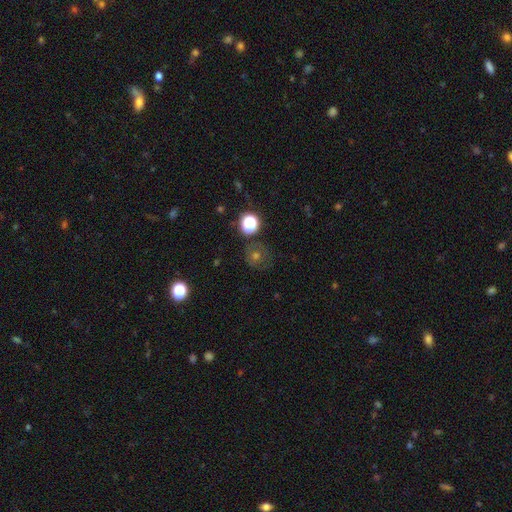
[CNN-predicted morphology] Smooth or featured? Predicted: smooth (p=0.51). How rounded? Predicted: round (p=0.89). Merging? Predicted: none (p=0.78).